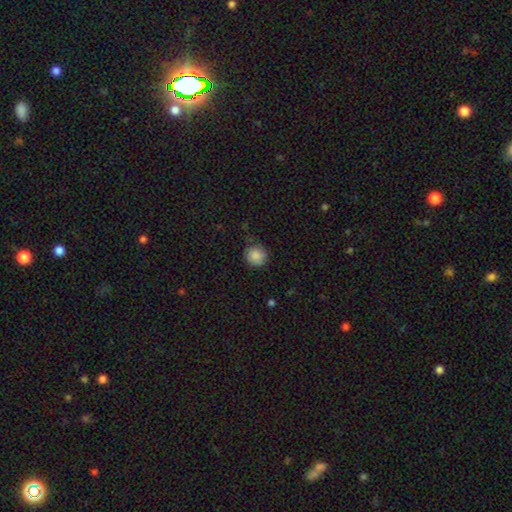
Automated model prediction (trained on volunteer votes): A smooth galaxy with no disk features (87%) that is round (90%). Merging: none (78%).